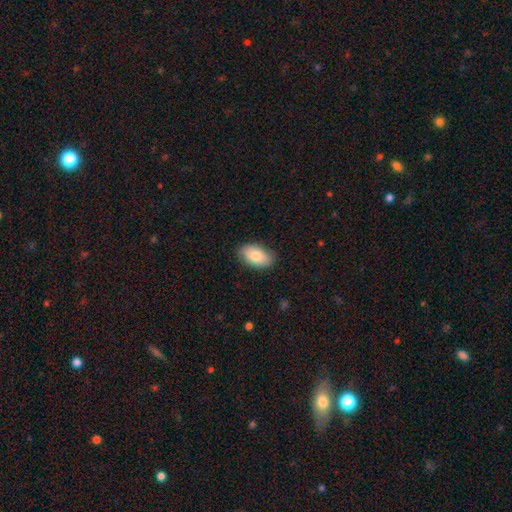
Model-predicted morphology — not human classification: This appears to be a smooth galaxy with no disk features (82%) that is in between round and cigar-shaped (93%). Merging: none (85%).